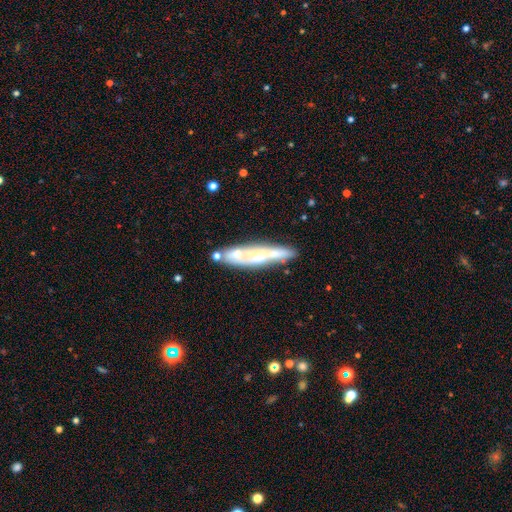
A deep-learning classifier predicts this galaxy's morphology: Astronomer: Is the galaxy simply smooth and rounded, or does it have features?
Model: featured or disk — 54% (runner-up: smooth, 37%).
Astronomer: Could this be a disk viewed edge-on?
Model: yes — 64%.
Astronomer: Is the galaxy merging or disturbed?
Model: none — 68%.